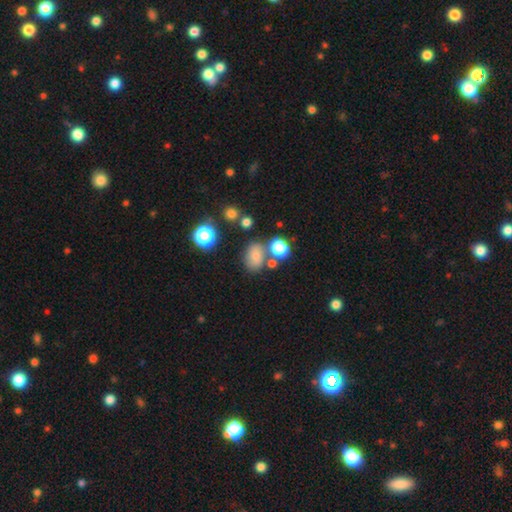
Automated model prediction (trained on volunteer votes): Smooth or featured?
  - smooth: 71% *
  - star or artifact: 17%
  - featured or disk: 12%
How rounded?
  - in between: 65% *
  - round: 34%
  - cigar-shaped: 1%
Merging?
  - none: 63% *
  - merger: 16%
  - minor disturbance: 15%
  - major disturbance: 6%